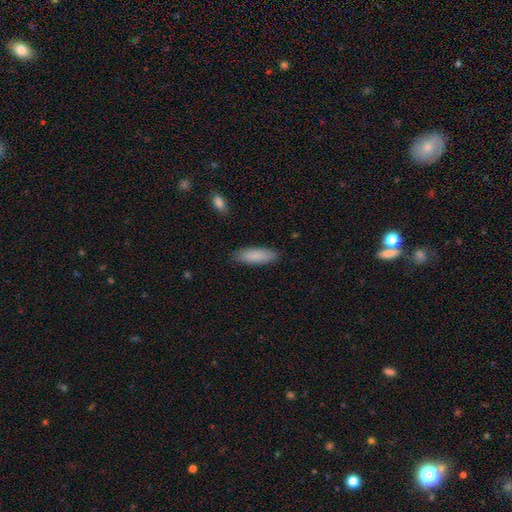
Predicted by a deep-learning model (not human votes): Smooth or featured? Predicted: smooth (p=0.87). How rounded? Predicted: cigar-shaped (p=0.50). Merging? Predicted: none (p=0.86).